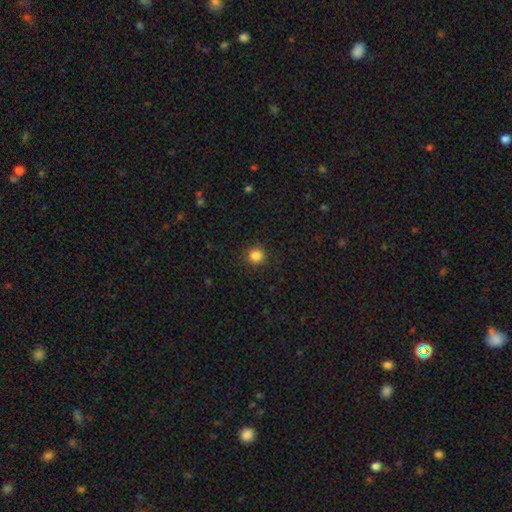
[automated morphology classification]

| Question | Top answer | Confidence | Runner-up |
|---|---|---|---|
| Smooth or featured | smooth | 85% | star or artifact (11%) |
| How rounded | round | 94% | in between (5%) |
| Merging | none | 91% | minor disturbance (6%) |